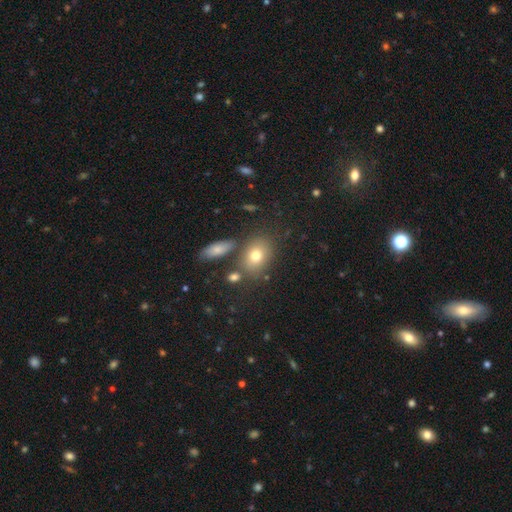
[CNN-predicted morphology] smooth-or-featured: smooth: 74% | featured or disk: 14% | star or artifact: 11%
  how-rounded: in between: 68% | round: 30% | cigar-shaped: 2%
  merging: none: 70% | minor disturbance: 13% | merger: 13% | major disturbance: 5%